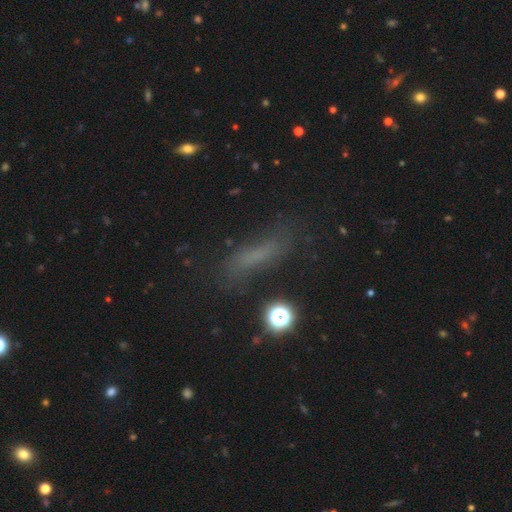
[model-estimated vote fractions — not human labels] Smooth or featured? smooth (56%)
How rounded? cigar-shaped (70%)
Merging? none (68%)